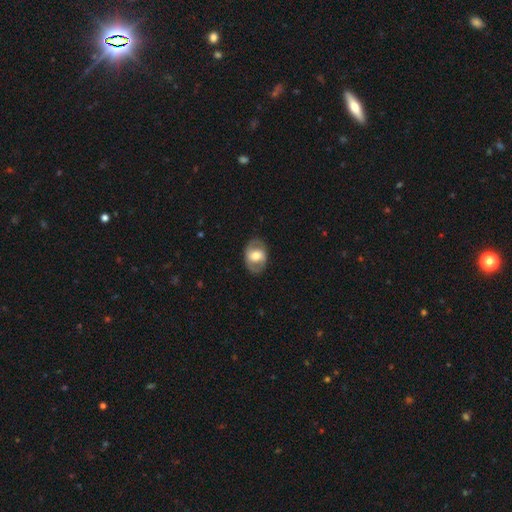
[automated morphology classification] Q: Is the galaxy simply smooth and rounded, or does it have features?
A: featured or disk — 53%.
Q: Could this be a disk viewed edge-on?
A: no — 93%.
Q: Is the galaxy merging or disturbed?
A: none — 81%.